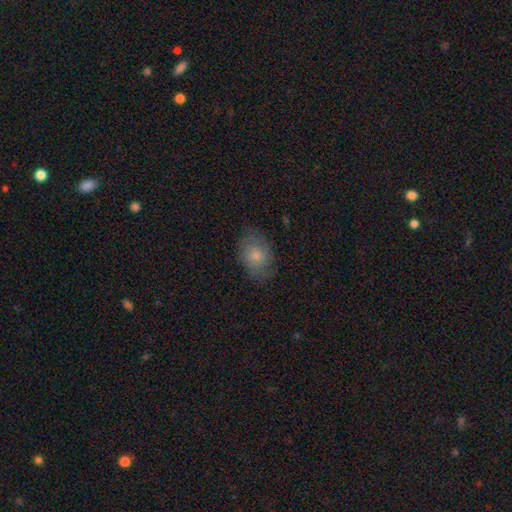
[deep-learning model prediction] Morphology: type=smooth (68%); roundness=in between (75%); merging=none (72%).